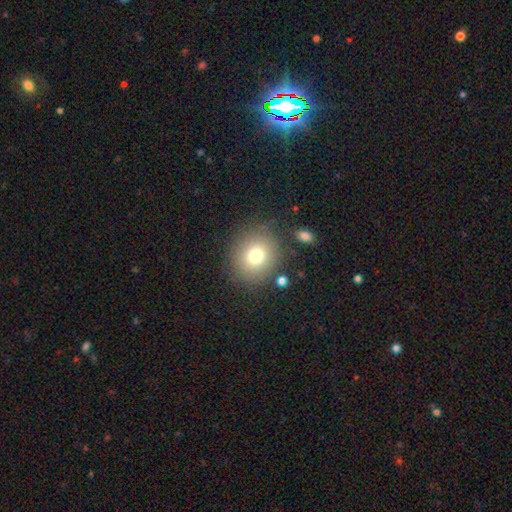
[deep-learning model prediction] smooth_or_featured: smooth (p=0.75) [alt: star or artifact p=0.13]
how_rounded: round (p=0.80) [alt: in between p=0.19]
merging: none (p=0.83) [alt: minor disturbance p=0.09]